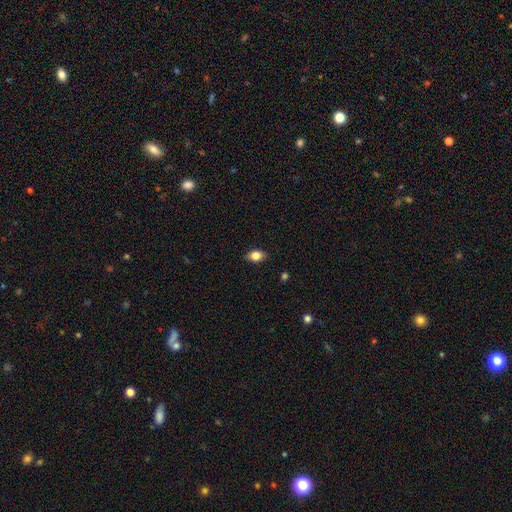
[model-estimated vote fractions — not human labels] smooth 81%, featured or disk 10%, star or artifact 9%. Down the decision tree: how rounded — in between (78%); merging — none (86%).